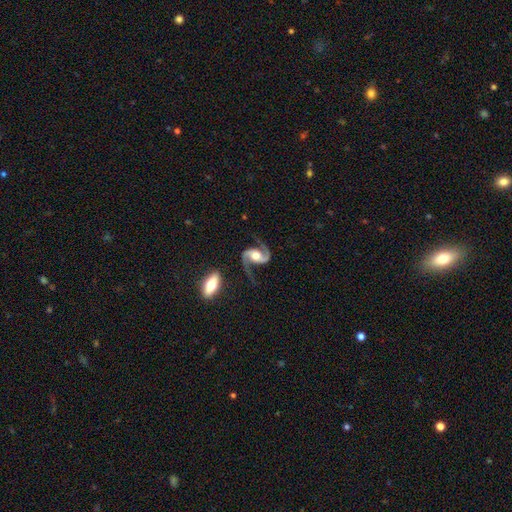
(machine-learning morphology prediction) This is clearly a featured or disk galaxy (93%). It is clearly not viewed edge-on (98%). Bar: possibly no (46%). Spiral arm pattern: clearly yes (98%). Spiral arm count: clearly 2 (95%). Spiral winding: possibly medium (55%). Central bulge: likely moderate (65%). Merging: likely none (76%).